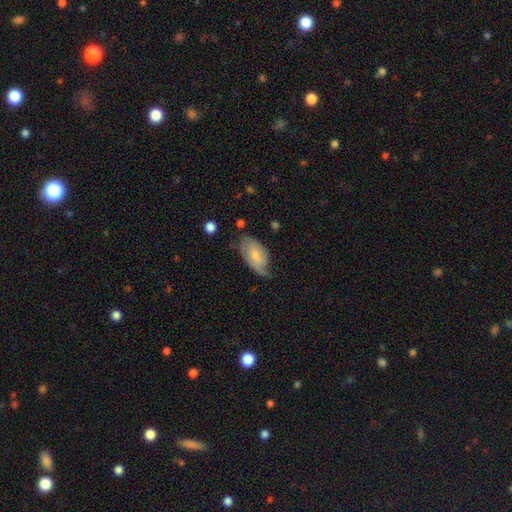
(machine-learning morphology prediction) This is possibly a smooth galaxy (48%). Merging: possibly none (47%).